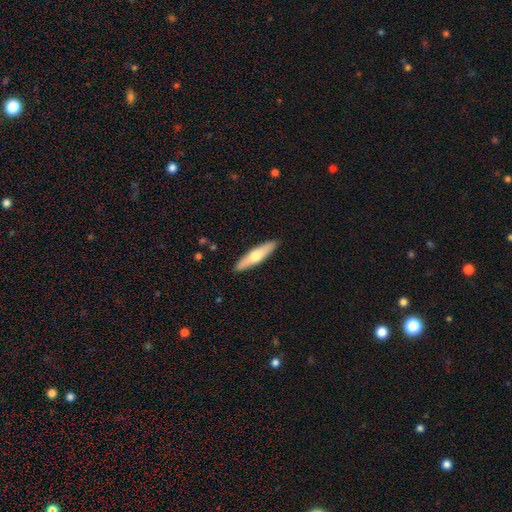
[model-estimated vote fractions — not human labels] smooth-or-featured: smooth: 56% | featured or disk: 39% | star or artifact: 5%
  how-rounded: cigar-shaped: 73% | in between: 25% | round: 2%
  merging: none: 91% | minor disturbance: 7% | major disturbance: 1% | merger: 1%